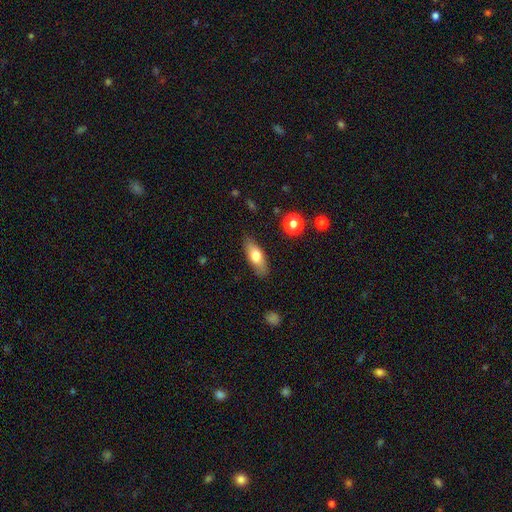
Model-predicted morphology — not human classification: A smooth galaxy with no disk features (70%) that is in between round and cigar-shaped (70%). Merging: none (82%).